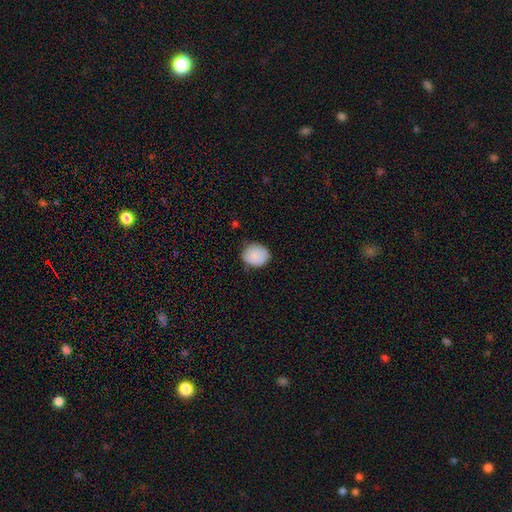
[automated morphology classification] This is clearly a smooth galaxy (87%). How rounded: likely round (75%). Merging: likely none (80%).